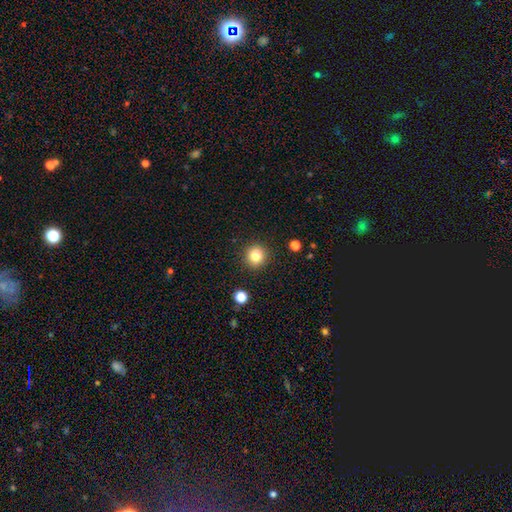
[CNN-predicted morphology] This appears to be a smooth galaxy with no disk features (82%) that is round (93%). Merging: none (91%).